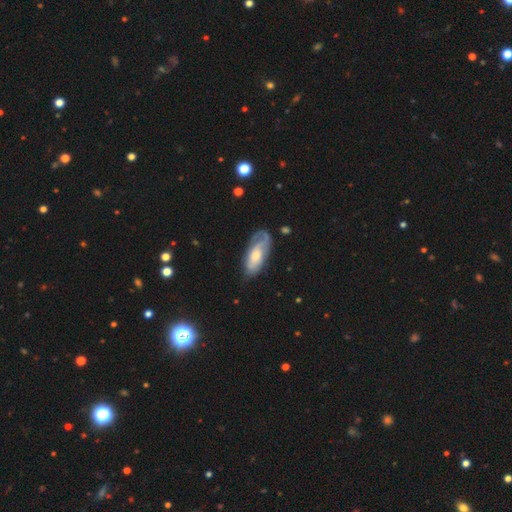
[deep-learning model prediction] featured or disk 54%, smooth 41%, star or artifact 6%. Down the decision tree: edge-on disk — no (87%); merging — none (56%).